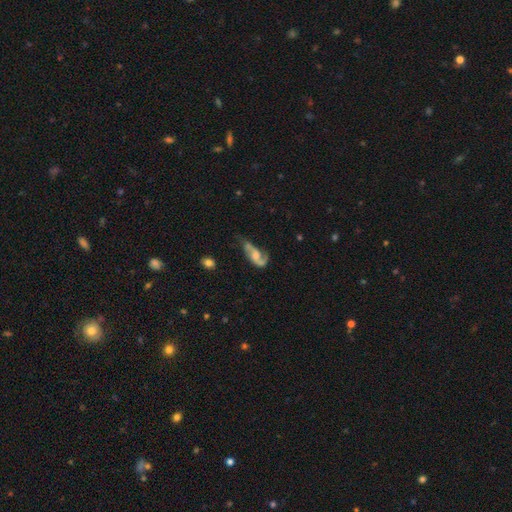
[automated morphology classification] A featured or disk galaxy (70%) with no bar (59%), 2 (75%) loose (55%) spiral arms (86%) and a moderate central bulge (39%).

Vote fractions:
- Smooth or featured? featured or disk: 70% / smooth: 22% / star or artifact: 7%
- Edge-on disk? no: 93% / yes: 7%
- Bar? no: 59% / weak: 33% / strong: 9%
- Spiral arms? yes: 86% / no: 14%
- Spiral winding? loose: 55% / medium: 34% / tight: 11%
- Spiral arm count? 2: 75% / 1: 15% / can't tell: 7% / 3: 2% / 4: 1% / more than 4: 1%
- Bulge size? moderate: 39% / small: 25% / none: 20% / large: 14% / dominant: 2%
- Merging? none: 33% (tied) / major disturbance: 33% (tied) / minor disturbance: 26% / merger: 8%